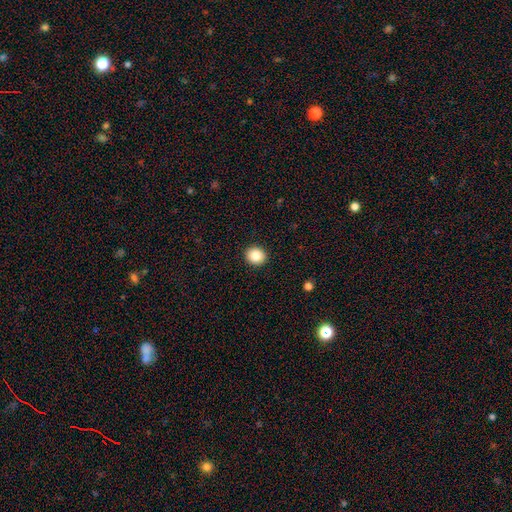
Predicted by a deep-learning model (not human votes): smooth 85%, star or artifact 9%, featured or disk 5%. Down the decision tree: how rounded — round (76%); merging — none (92%).